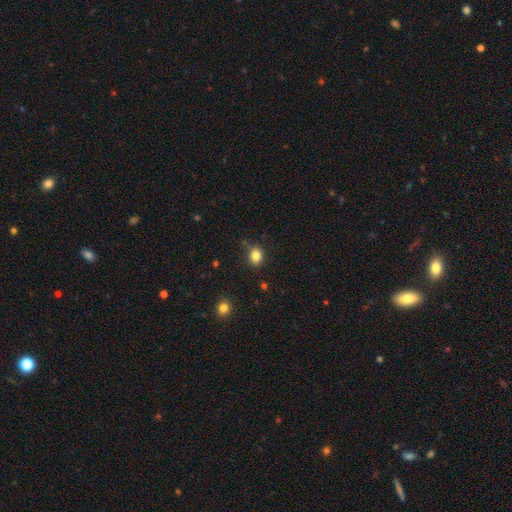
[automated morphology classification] Smooth or featured? Predicted: smooth (p=0.83). How rounded? Predicted: round (p=0.52). Merging? Predicted: none (p=0.80).